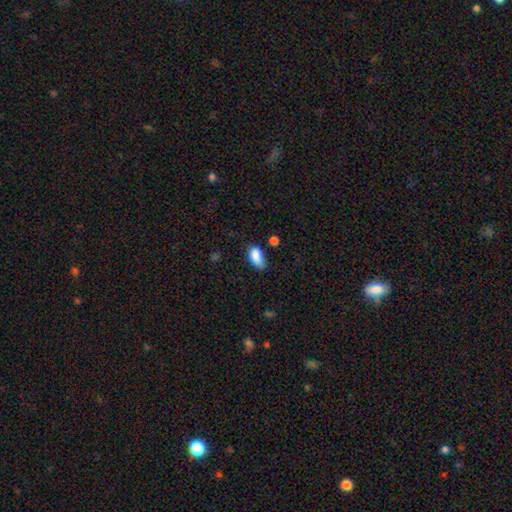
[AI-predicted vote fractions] Q: Smooth or featured?
A: smooth (85%); runner-up: star or artifact (8%)
Q: How rounded?
A: in between (91%); runner-up: cigar-shaped (5%)
Q: Merging?
A: none (44%); runner-up: minor disturbance (39%)